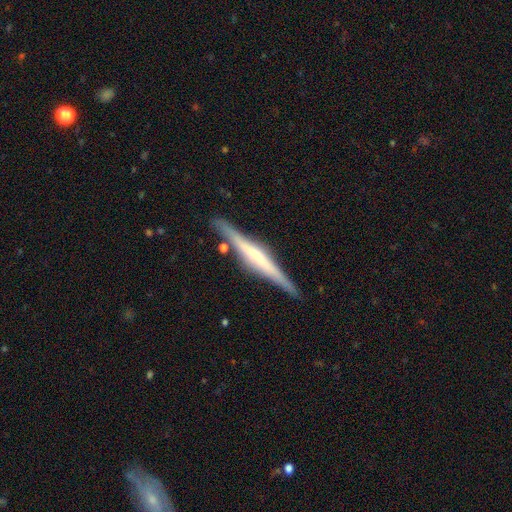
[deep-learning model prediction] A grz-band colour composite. It shows a featured or disk galaxy (72%) viewed edge-on (97%) with a rounded central bulge (45%). Merging: none (86%).